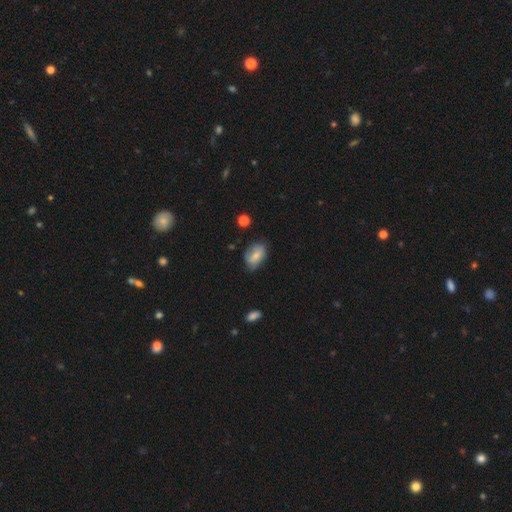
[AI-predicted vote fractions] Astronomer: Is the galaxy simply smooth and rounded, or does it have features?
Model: smooth — 72%.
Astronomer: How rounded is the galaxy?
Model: in between — 85%.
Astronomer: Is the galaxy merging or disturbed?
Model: none — 56% (runner-up: minor disturbance, 33%).